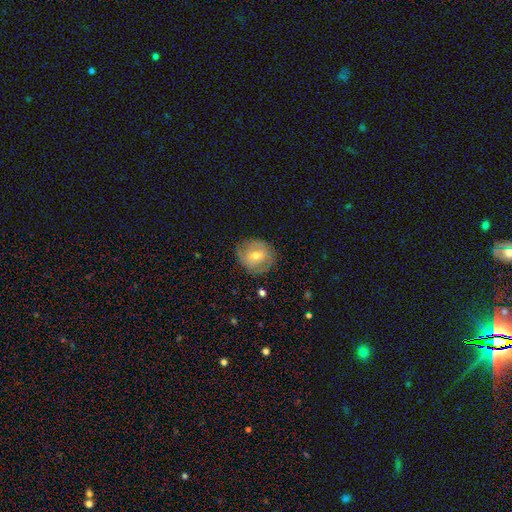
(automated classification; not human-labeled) Q: Smooth or featured?
A: smooth (49%); runner-up: featured or disk (43%)
Q: Merging?
A: none (76%); runner-up: minor disturbance (17%)